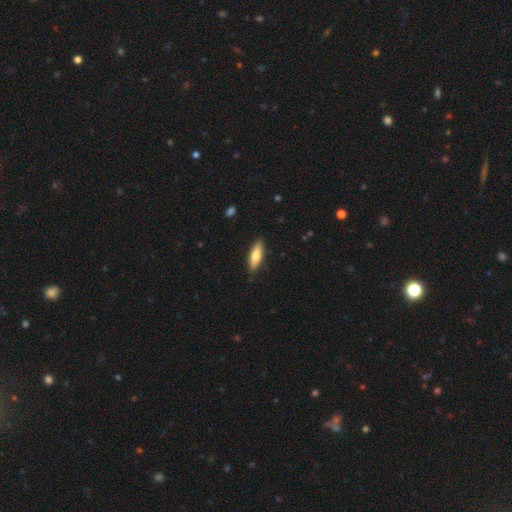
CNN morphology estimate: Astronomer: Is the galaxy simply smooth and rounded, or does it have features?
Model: smooth — 68%.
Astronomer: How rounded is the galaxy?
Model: cigar-shaped — 54% (runner-up: in between, 44%).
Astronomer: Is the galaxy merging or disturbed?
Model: none — 88%.